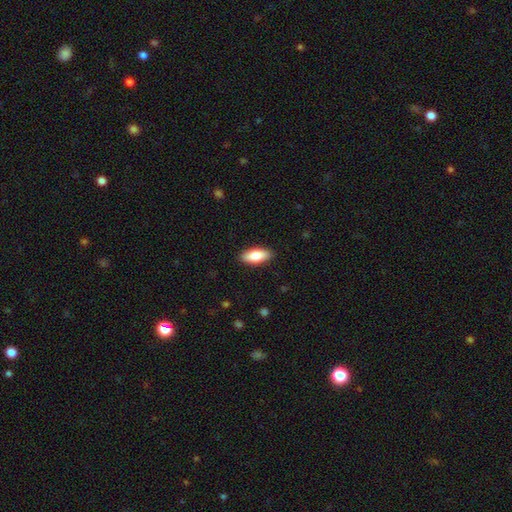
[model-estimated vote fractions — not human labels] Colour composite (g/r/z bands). It shows a smooth galaxy with no disk features (79%) that is in between round and cigar-shaped (83%). Merging: none (89%).